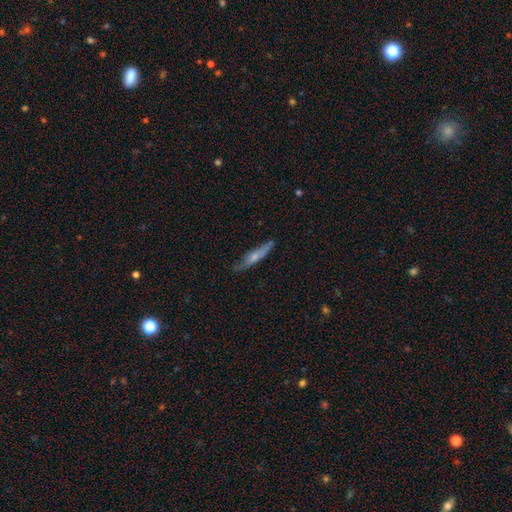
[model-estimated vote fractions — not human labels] The model was most divided on "smooth or featured": featured or disk: 48%, smooth: 45%, star or artifact: 6%. More confident: merging — none (73%).